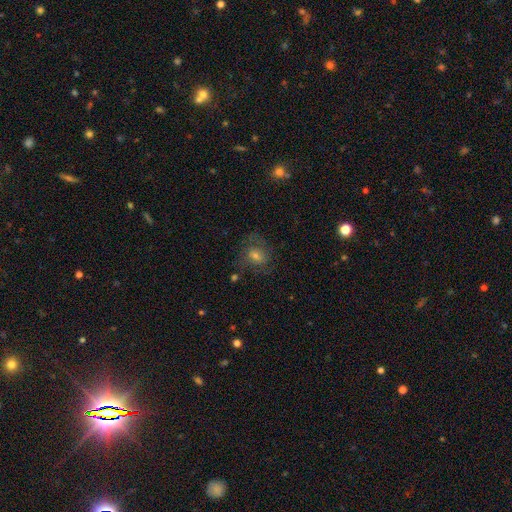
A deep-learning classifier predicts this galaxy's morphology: A featured or disk galaxy (51%). Merging: none (67%).